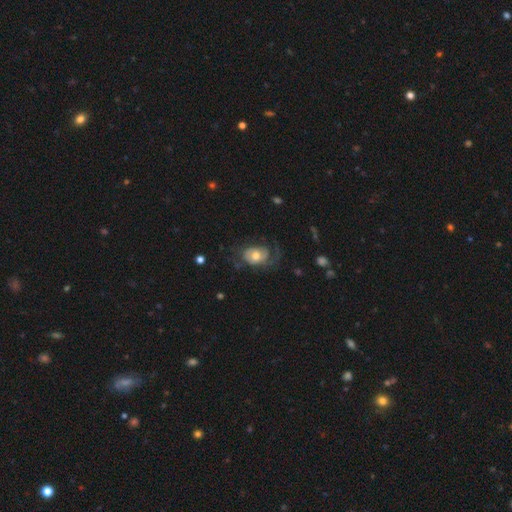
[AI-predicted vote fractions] The model was most divided on "merging": none: 48%, major disturbance: 29%, minor disturbance: 21%, merger: 2%. More confident: edge-on disk — no (96%); spiral arms — yes (79%); bar — no (76%); bulge size — moderate (67%); smooth or featured — featured or disk (59%).